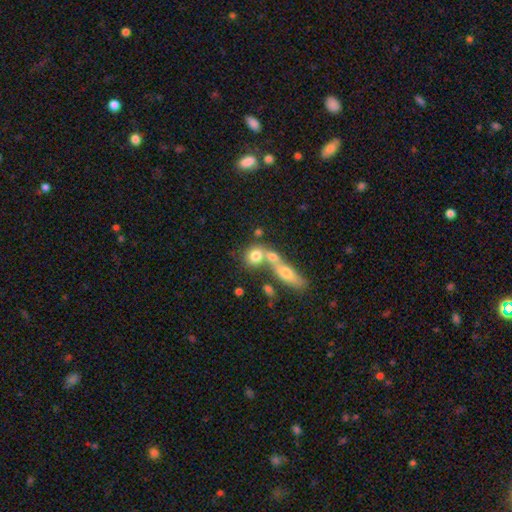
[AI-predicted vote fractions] smooth_or_featured: smooth (p=0.74) [alt: featured or disk p=0.16]
how_rounded: round (p=0.64) [alt: in between p=0.29]
merging: merger (p=0.50) [alt: none p=0.37]